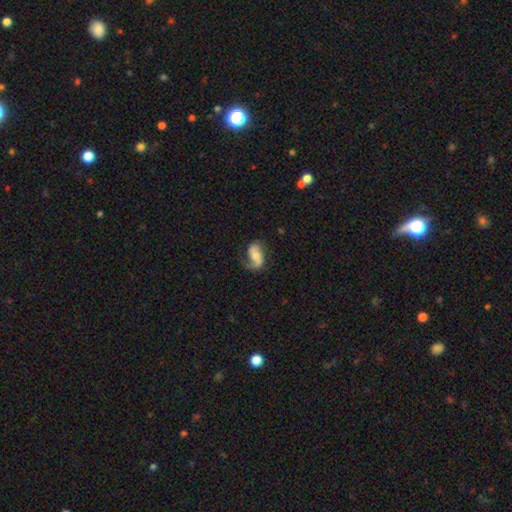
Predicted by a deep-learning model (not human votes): Smooth or featured: featured or disk — 57% (smooth — 36%)
Edge-on disk: no — 96% (yes — 4%)
Bar: no — 51% (weak — 32%)
Spiral arms: yes — 88% (no — 12%)
Bulge size: moderate — 46% (small — 38%)
Merging: none — 54% (minor disturbance — 26%)